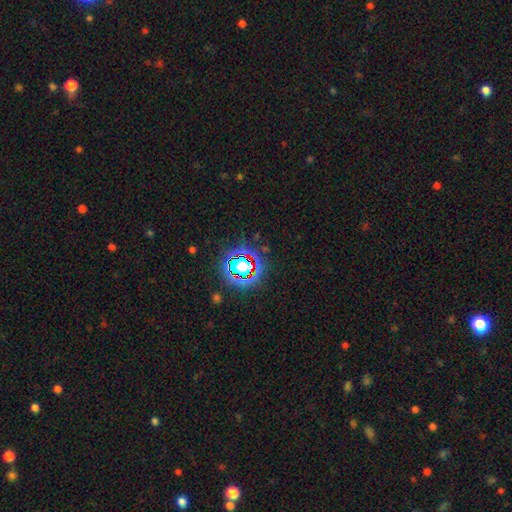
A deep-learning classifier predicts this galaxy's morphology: smooth-or-featured: star or artifact: 77% | smooth: 13% | featured or disk: 10%